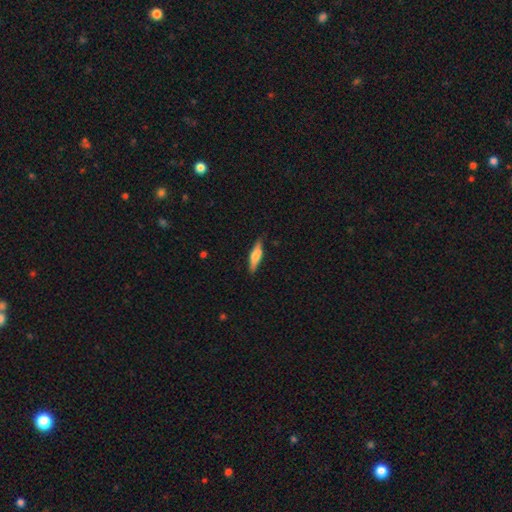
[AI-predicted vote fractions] Smooth or featured? Predicted: smooth (p=0.50). How rounded? Predicted: cigar-shaped (p=0.73). Merging? Predicted: none (p=0.84).